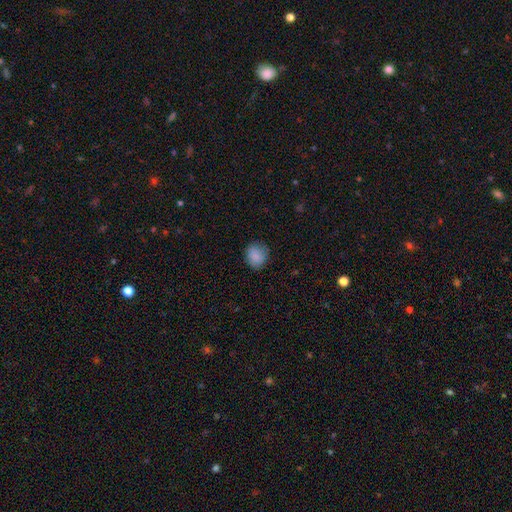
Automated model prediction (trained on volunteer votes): This is clearly a smooth galaxy (87%). How rounded: likely round (70%). Merging: clearly none (82%).